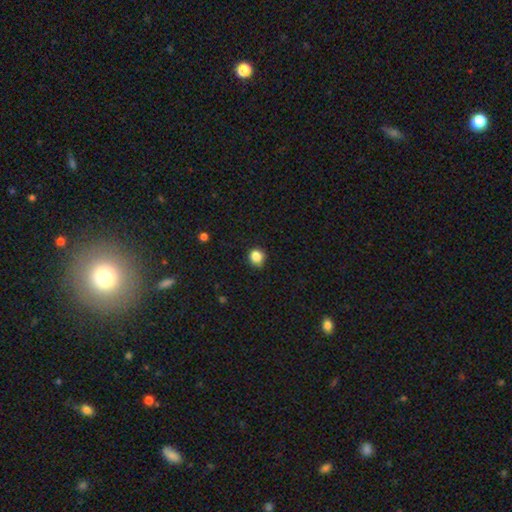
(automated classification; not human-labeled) This appears to be a smooth galaxy with no disk features (85%) that is round (86%). Merging: none (81%).